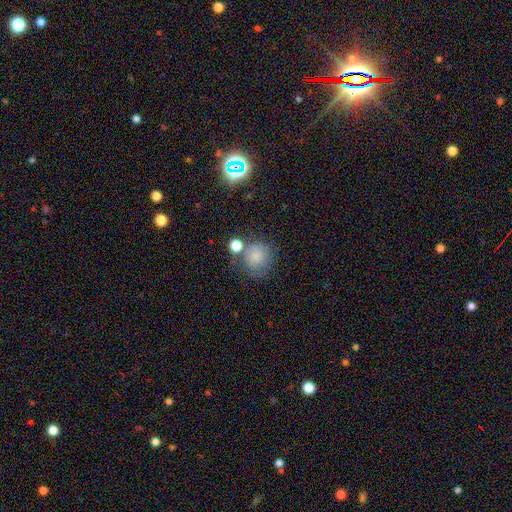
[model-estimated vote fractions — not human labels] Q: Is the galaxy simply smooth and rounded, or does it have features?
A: smooth — 80%.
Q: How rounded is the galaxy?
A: round — 89%.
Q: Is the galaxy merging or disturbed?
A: none — 62%.